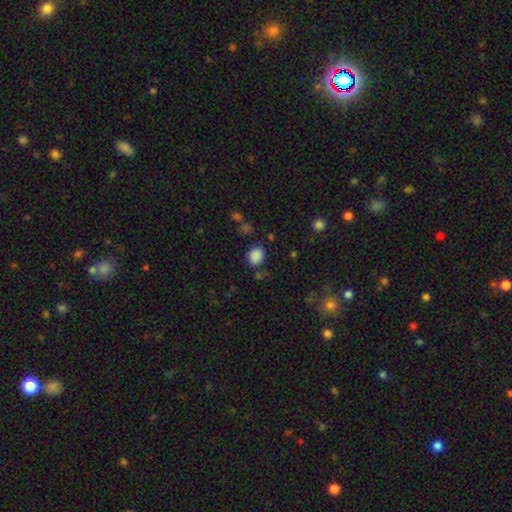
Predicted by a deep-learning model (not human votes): A smooth galaxy with no disk features (86%) that is round (58%).

Vote fractions:
- Smooth or featured? smooth: 86% / star or artifact: 11% / featured or disk: 3%
- How rounded? round: 58% / in between: 41% / cigar-shaped: 1%
- Merging? none: 81% / minor disturbance: 12% / major disturbance: 4% / merger: 4%